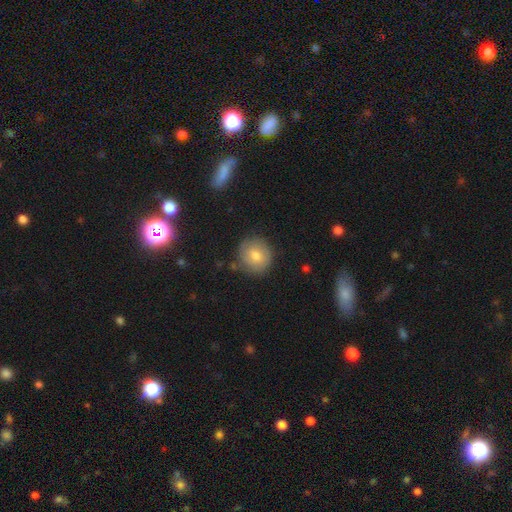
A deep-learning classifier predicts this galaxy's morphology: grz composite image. It shows a smooth galaxy with no disk features (72%) that is round (88%). Merging: none (79%).